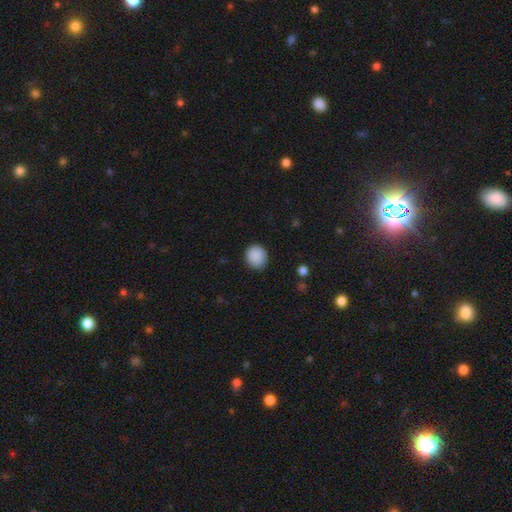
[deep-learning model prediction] Smooth or featured: smooth — 90% (star or artifact — 7%)
How rounded: round — 82% (in between — 17%)
Merging: none — 87% (minor disturbance — 9%)